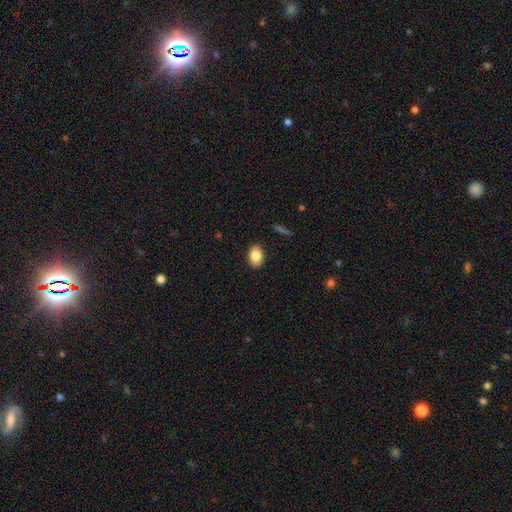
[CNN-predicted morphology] Smooth or featured: smooth — 85% (star or artifact — 8%)
How rounded: in between — 82% (round — 16%)
Merging: none — 89% (minor disturbance — 8%)